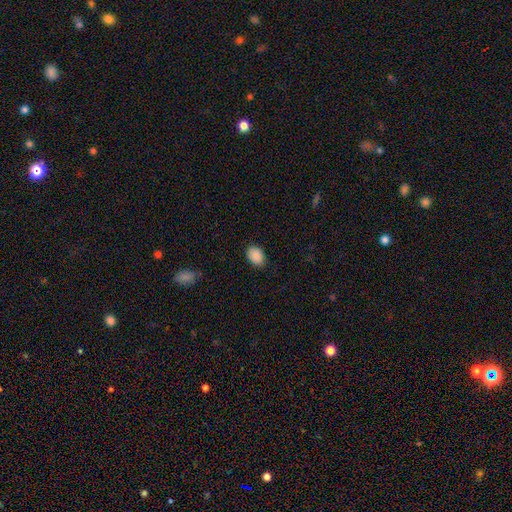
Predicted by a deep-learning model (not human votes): The model was most divided on "how rounded": in between: 76%, round: 23%, cigar-shaped: 1%. More confident: smooth or featured — smooth (90%); merging — none (87%).